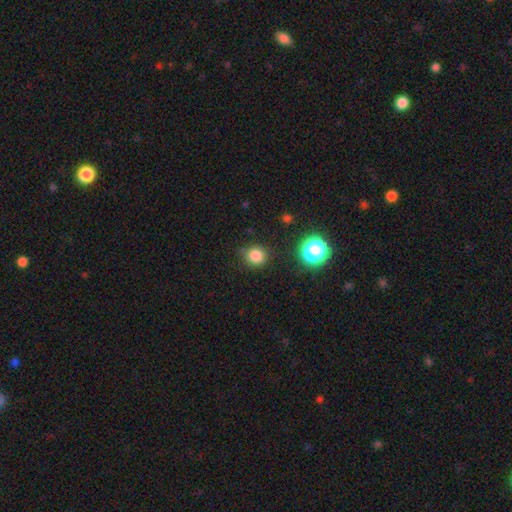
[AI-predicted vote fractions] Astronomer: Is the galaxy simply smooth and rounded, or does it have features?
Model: smooth — 81%.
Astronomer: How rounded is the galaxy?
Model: round — 87%.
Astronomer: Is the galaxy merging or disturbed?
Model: none — 83%.